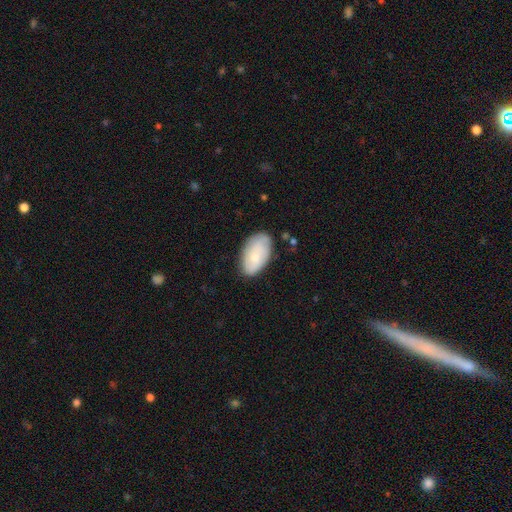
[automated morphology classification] Smooth or featured?
  - smooth: 69% *
  - featured or disk: 24%
  - star or artifact: 6%
How rounded?
  - in between: 94% *
  - round: 4%
  - cigar-shaped: 2%
Merging?
  - none: 77% *
  - minor disturbance: 18%
  - major disturbance: 4%
  - merger: 2%